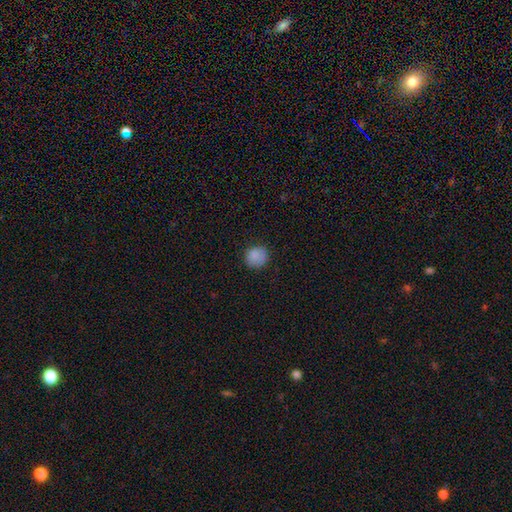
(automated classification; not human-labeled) smooth-or-featured: smooth: 86% | star or artifact: 10% | featured or disk: 4%
  how-rounded: round: 84% | in between: 15% | cigar-shaped: 1%
  merging: none: 82% | minor disturbance: 14% | major disturbance: 3% | merger: 1%